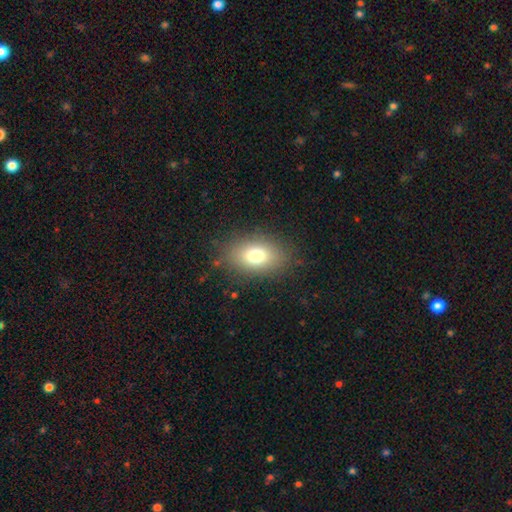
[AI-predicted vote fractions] A smooth galaxy with no disk features (76%) that is in between round and cigar-shaped (80%). Merging: none (83%).